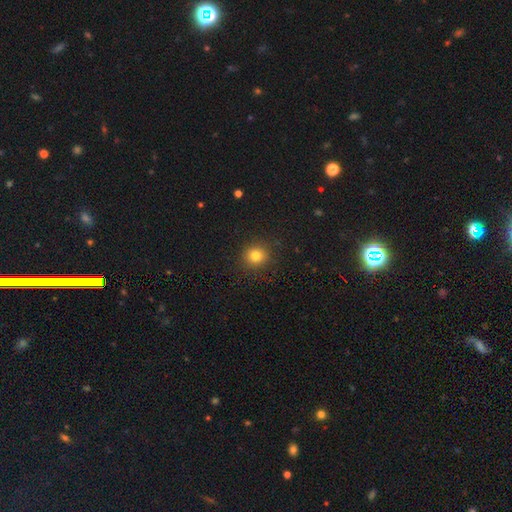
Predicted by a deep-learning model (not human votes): This appears to be a smooth galaxy with no disk features (81%) that is round (88%). Merging: none (90%).